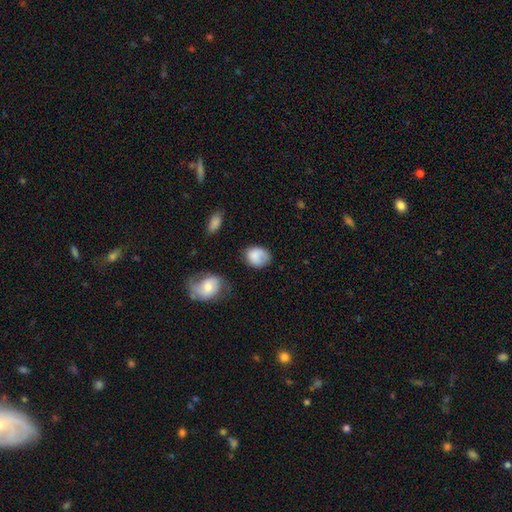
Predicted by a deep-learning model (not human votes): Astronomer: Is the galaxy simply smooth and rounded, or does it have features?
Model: smooth — 79%.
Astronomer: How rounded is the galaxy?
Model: in between — 54% (runner-up: round, 45%).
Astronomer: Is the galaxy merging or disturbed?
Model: none — 54%.